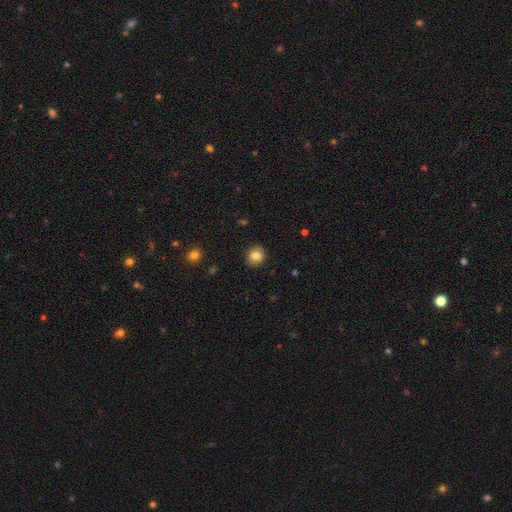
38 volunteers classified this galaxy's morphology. Smooth or featured?
  - smooth: 79% *
  - featured or disk: 13%
  - star or artifact: 8%
How rounded?
  - round: 80% *
  - in between: 20%
  - cigar-shaped: 0%
Merging?
  - none: 91% *
  - minor disturbance: 9%
  - major disturbance: 0%
  - merger: 0%